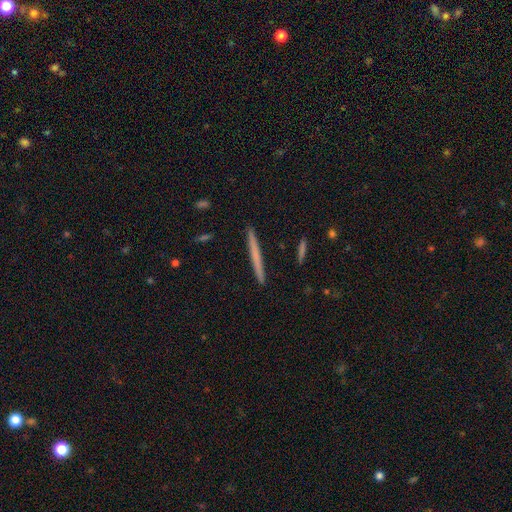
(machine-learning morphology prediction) Q: Smooth or featured?
A: smooth (56%); runner-up: featured or disk (38%)
Q: How rounded?
A: cigar-shaped (97%); runner-up: in between (2%)
Q: Merging?
A: none (93%); runner-up: minor disturbance (5%)